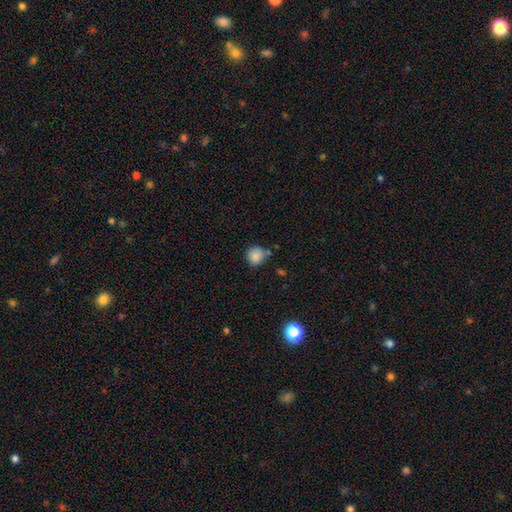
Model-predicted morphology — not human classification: This appears to be a smooth galaxy with no disk features (86%) that is round (89%). Merging: none (68%).